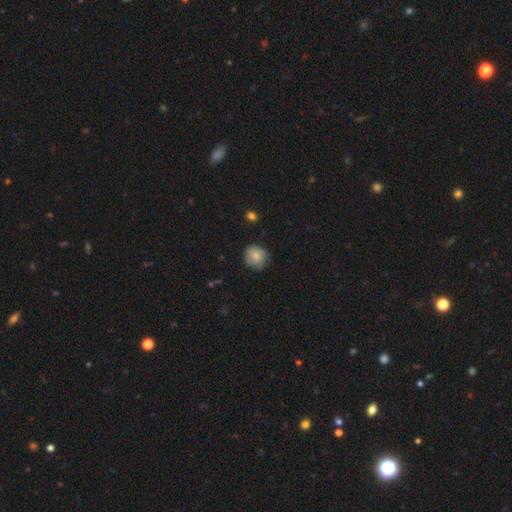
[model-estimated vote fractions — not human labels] Smooth or featured?
  - smooth: 80% *
  - featured or disk: 13%
  - star or artifact: 8%
How rounded?
  - round: 86% *
  - in between: 13%
  - cigar-shaped: 1%
Merging?
  - none: 75% *
  - minor disturbance: 21%
  - major disturbance: 3%
  - merger: 1%